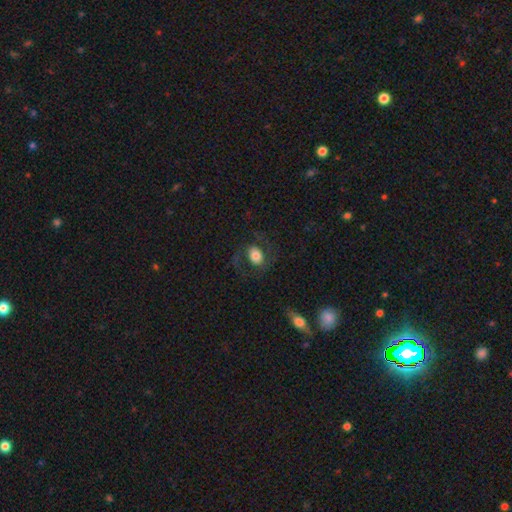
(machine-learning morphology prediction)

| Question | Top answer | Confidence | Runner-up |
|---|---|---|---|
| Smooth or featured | smooth | 53% | featured or disk (39%) |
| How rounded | in between | 58% | round (41%) |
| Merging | none | 69% | major disturbance (16%) |